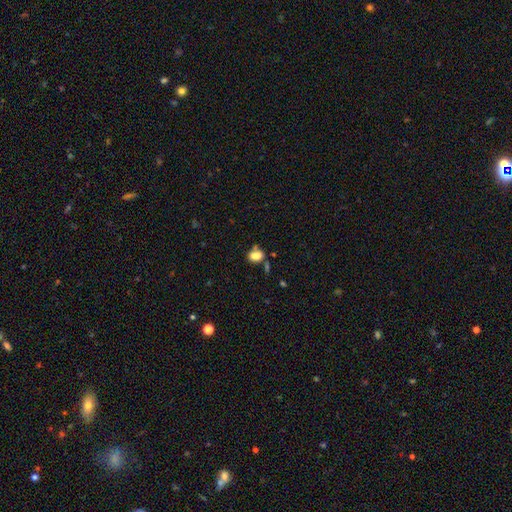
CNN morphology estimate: Smooth or featured? smooth (72%)
How rounded? in between (65%)
Merging? merger (37%, tied with none)